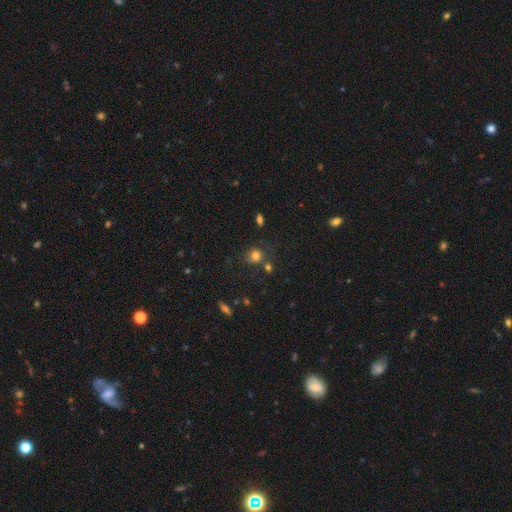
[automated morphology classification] Smooth or featured?
  - smooth: 77% *
  - star or artifact: 15%
  - featured or disk: 8%
How rounded?
  - round: 76% *
  - in between: 23%
  - cigar-shaped: 1%
Merging?
  - none: 67% *
  - minor disturbance: 15%
  - merger: 12%
  - major disturbance: 5%